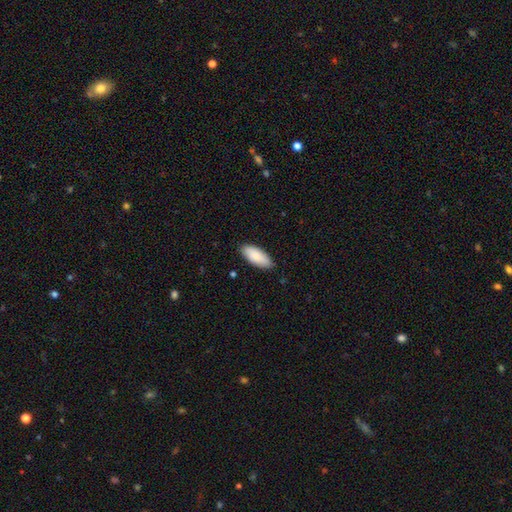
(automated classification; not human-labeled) This is clearly a smooth galaxy (88%). How rounded: clearly in between (85%). Merging: clearly none (86%).